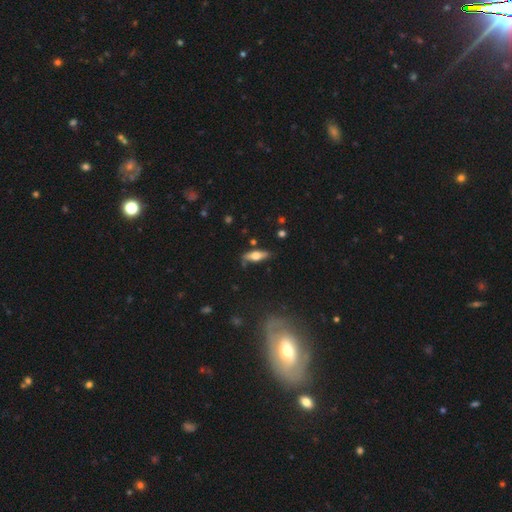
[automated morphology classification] type=smooth (53%); roundness=in between (51%); merging=none (76%).